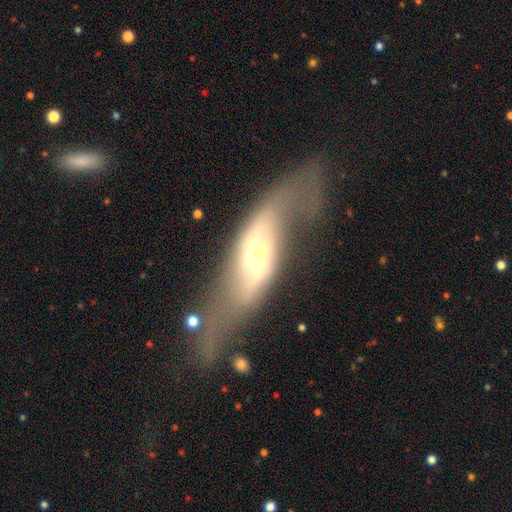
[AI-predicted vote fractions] This appears to be a featured or disk galaxy (70%) with no bar (39%), spiral arms (78%) and a moderate central bulge (58%). Merging: none (44%).